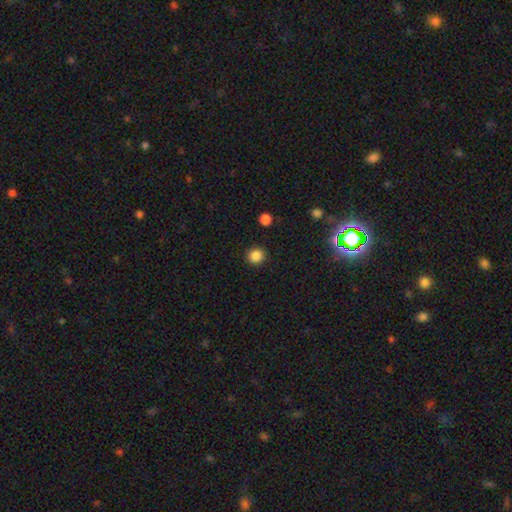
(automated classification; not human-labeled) smooth-or-featured: smooth: 86% | star or artifact: 11% | featured or disk: 3%
  how-rounded: round: 92% | in between: 7% | cigar-shaped: 1%
  merging: none: 91% | minor disturbance: 6% | major disturbance: 2% | merger: 1%